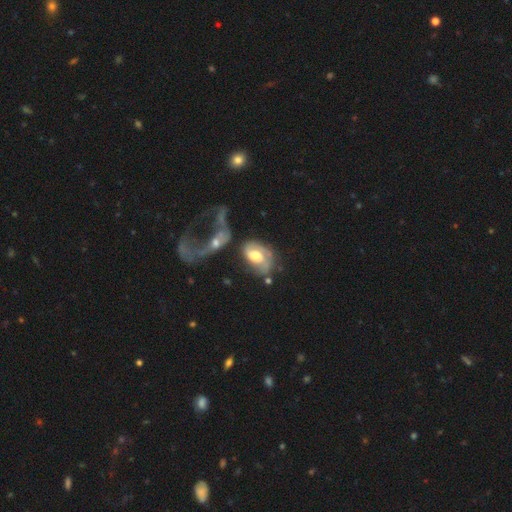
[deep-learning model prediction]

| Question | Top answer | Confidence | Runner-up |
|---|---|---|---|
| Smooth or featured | featured or disk | 64% | smooth (30%) |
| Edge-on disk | no | 96% | yes (4%) |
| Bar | no | 62% | weak (30%) |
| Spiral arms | yes | 76% | no (24%) |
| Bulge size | moderate | 62% | large (25%) |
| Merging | none | 35% | major disturbance (23%) |